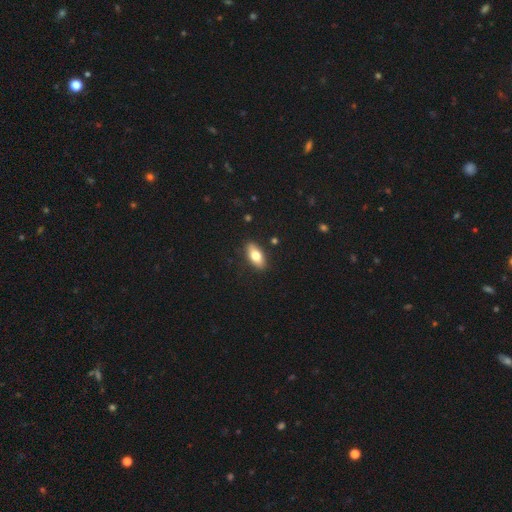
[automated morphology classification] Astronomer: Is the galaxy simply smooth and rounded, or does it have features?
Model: smooth — 75%.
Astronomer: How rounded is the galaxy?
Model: in between — 86%.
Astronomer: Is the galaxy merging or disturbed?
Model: none — 88%.